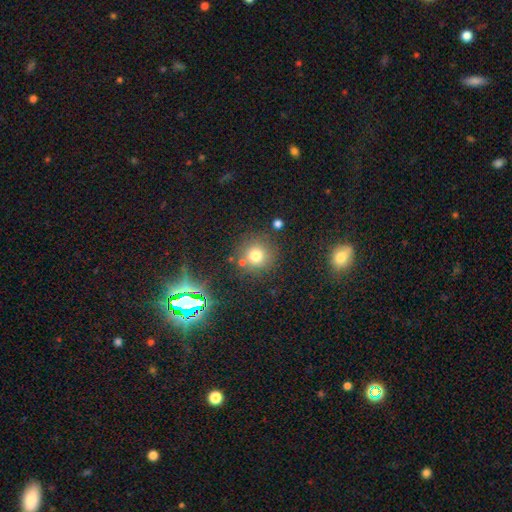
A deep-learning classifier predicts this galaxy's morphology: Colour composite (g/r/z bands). It shows a smooth galaxy with no disk features (71%) that is round (93%). Merging: none (77%).